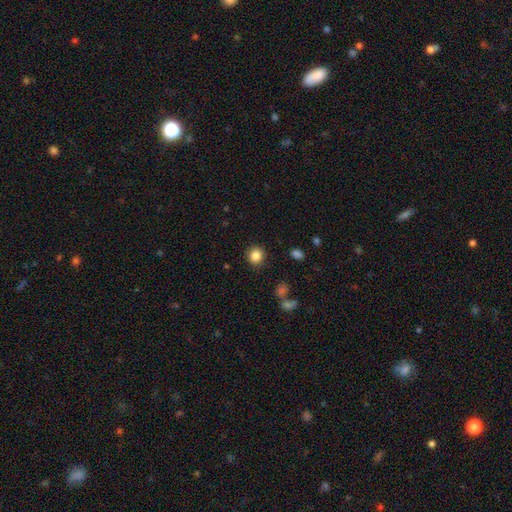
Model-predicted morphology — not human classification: This appears to be a smooth galaxy with no disk features (85%) that is round (85%). Merging: none (89%).